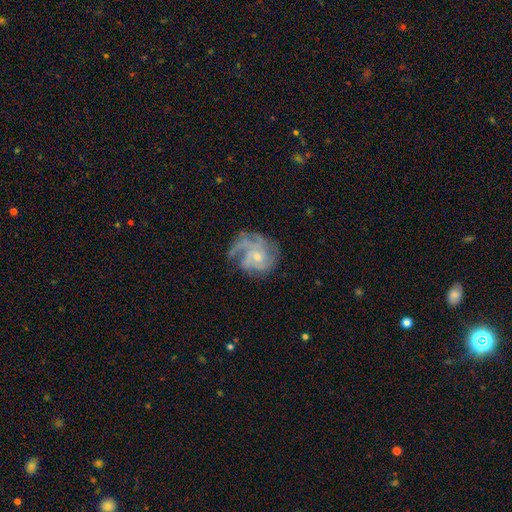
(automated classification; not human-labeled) Morphology: type=featured or disk (86%); edge-on=no (98%); bar=no (70%); spiral arms=yes (96%); winding=tight (47%); arm count=3 (35%); bulge=small (67%); merging=none (60%).